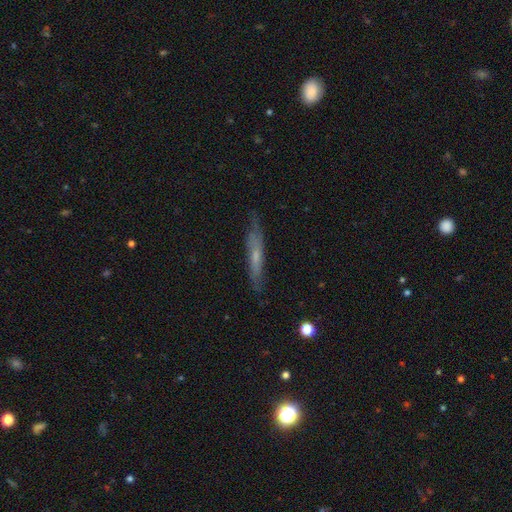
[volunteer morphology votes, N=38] Volunteers were most divided on "smooth or featured": smooth: 50%, featured or disk: 39%, star or artifact: 11%. More confident: how rounded — cigar-shaped (95%); merging — none (76%).